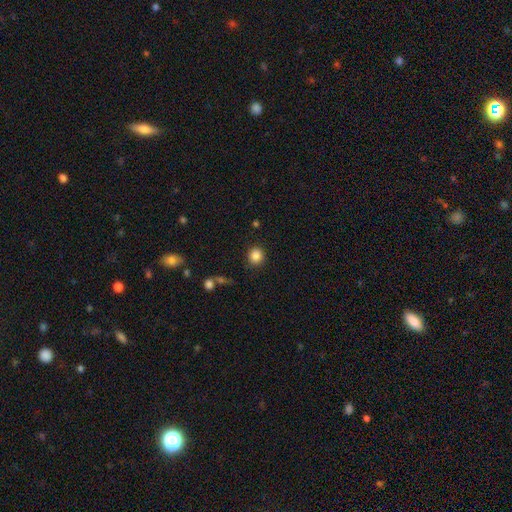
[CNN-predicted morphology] Smooth or featured?
  - smooth: 86% *
  - star or artifact: 10%
  - featured or disk: 4%
How rounded?
  - round: 88% *
  - in between: 11%
  - cigar-shaped: 1%
Merging?
  - none: 89% *
  - minor disturbance: 7%
  - major disturbance: 2%
  - merger: 2%